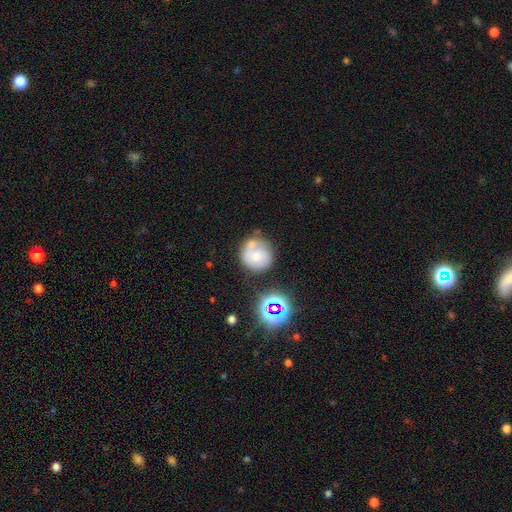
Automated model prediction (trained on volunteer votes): A featured or disk galaxy (47%).

Vote fractions:
- Smooth or featured? featured or disk: 47% / smooth: 41% / star or artifact: 12%
- Merging? none: 55% / minor disturbance: 20% / merger: 17% / major disturbance: 9%